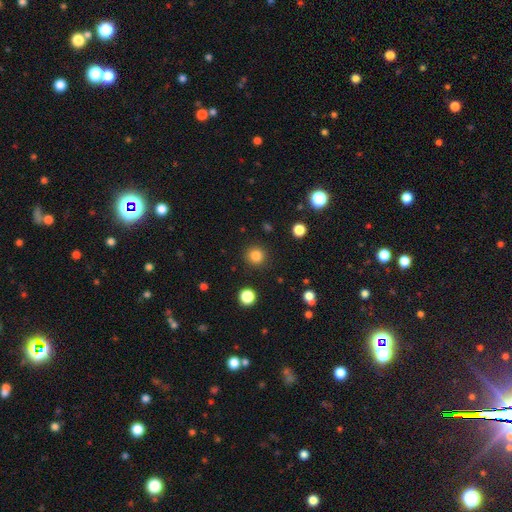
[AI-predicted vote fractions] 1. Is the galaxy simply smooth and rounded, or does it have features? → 84% smooth, 12% star or artifact, 4% featured or disk.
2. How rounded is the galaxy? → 94% round, 5% in between, 1% cigar-shaped.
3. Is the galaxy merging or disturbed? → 91% none, 6% minor disturbance, 2% major disturbance, 1% merger.